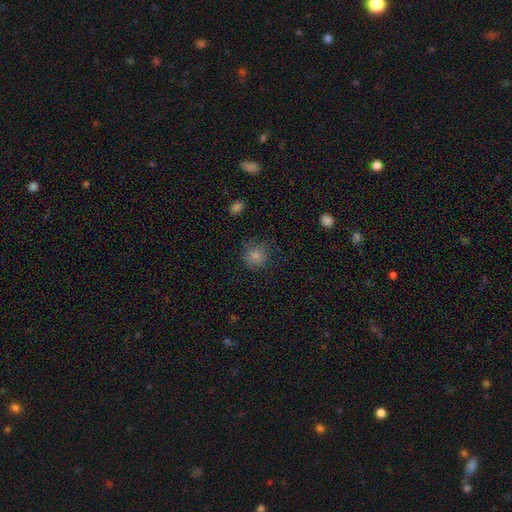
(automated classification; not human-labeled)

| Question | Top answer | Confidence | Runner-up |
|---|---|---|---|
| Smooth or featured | smooth | 82% | star or artifact (12%) |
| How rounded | round | 90% | in between (9%) |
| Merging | none | 74% | minor disturbance (18%) |